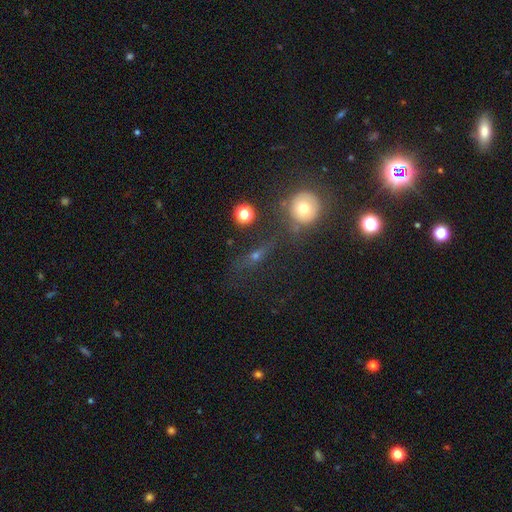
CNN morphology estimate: Smooth or featured? featured or disk (41%)
Merging? none (61%)